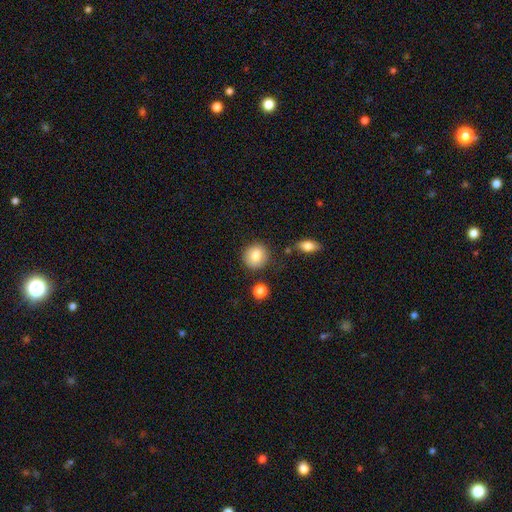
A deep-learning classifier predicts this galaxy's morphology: type=smooth (83%); roundness=round (88%); merging=none (85%).